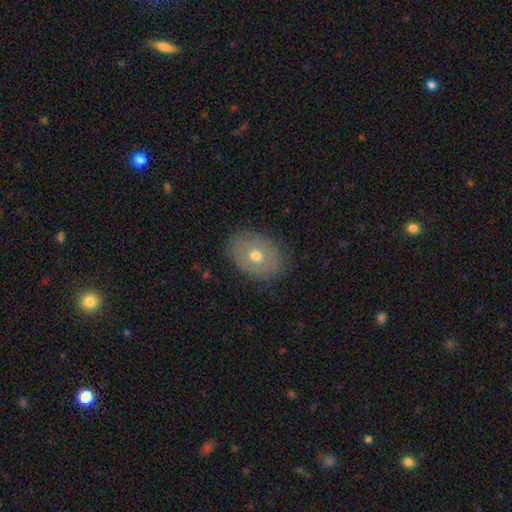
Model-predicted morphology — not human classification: Smooth or featured? smooth (49%)
Merging? none (81%)